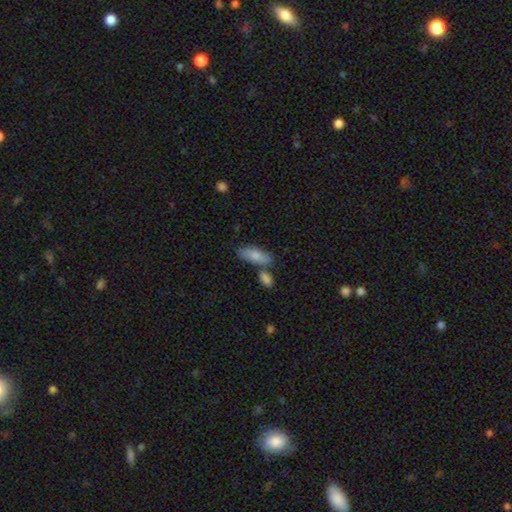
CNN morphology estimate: smooth 81%, featured or disk 13%, star or artifact 6%. Down the decision tree: how rounded — in between (77%); merging — none (61%).